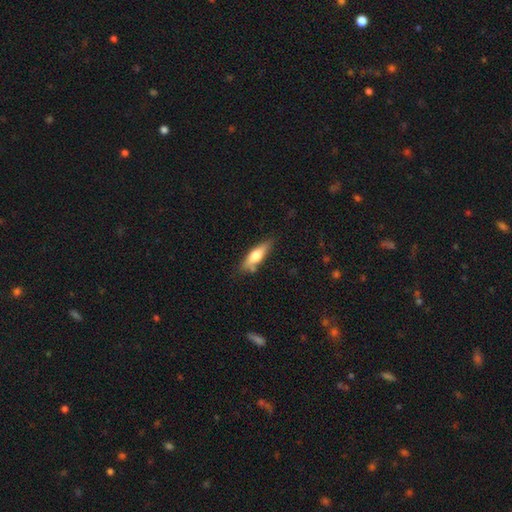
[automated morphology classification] This appears to be a smooth galaxy with no disk features (60%) that is cigar-shaped (57%). Merging: none (75%).